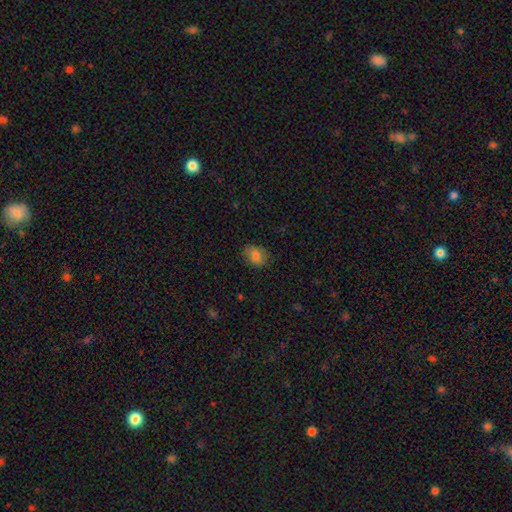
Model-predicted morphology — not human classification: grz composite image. It shows a smooth galaxy with no disk features (80%) that is in between round and cigar-shaped (58%). Merging: none (78%).